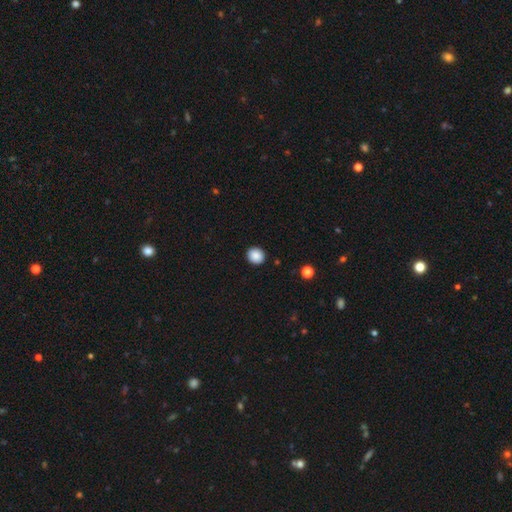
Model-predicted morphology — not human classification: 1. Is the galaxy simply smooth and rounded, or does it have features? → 89% smooth, 9% star or artifact, 3% featured or disk.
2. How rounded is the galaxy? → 85% round, 14% in between, 1% cigar-shaped.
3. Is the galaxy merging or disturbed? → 92% none, 5% minor disturbance, 2% major disturbance, 1% merger.